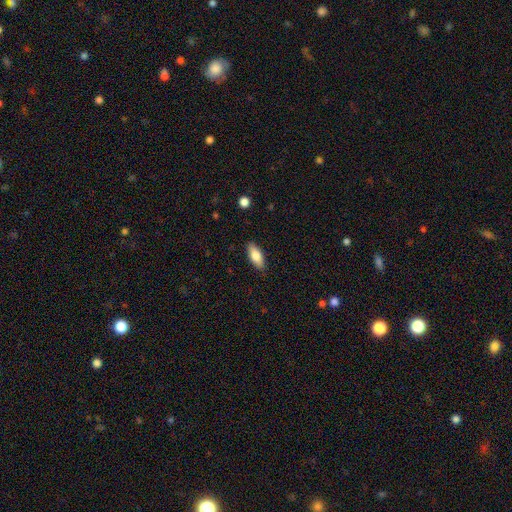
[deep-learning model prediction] smooth-or-featured: smooth: 78% | featured or disk: 15% | star or artifact: 6%
  how-rounded: in between: 77% | cigar-shaped: 21% | round: 2%
  merging: none: 88% | minor disturbance: 9% | major disturbance: 2% | merger: 1%